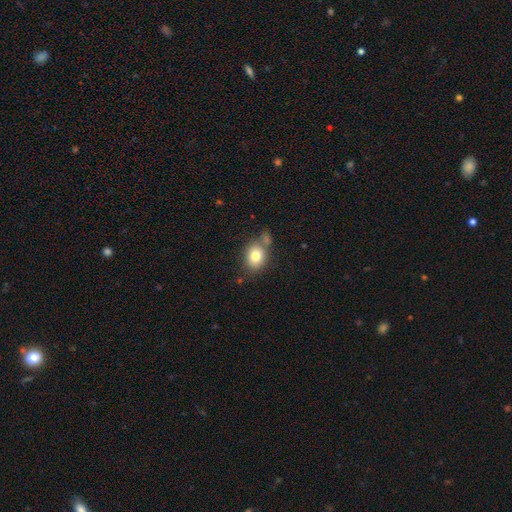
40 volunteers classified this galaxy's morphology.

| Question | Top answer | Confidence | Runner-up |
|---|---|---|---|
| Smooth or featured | smooth | 88% | star or artifact (8%) |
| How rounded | in between | 51% | round (49%) |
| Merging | none | 57% | merger (22%) |